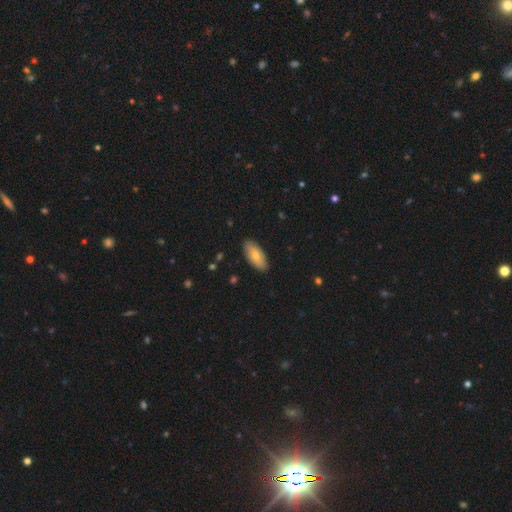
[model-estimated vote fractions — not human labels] Smooth or featured?
  - smooth: 72% *
  - featured or disk: 23%
  - star or artifact: 6%
How rounded?
  - in between: 88% *
  - cigar-shaped: 10%
  - round: 2%
Merging?
  - none: 88% *
  - minor disturbance: 9%
  - major disturbance: 2%
  - merger: 1%